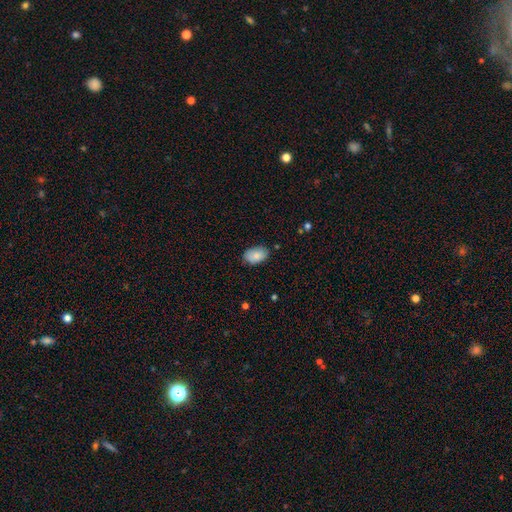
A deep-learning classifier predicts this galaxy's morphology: type=smooth (86%); roundness=in between (91%); merging=none (82%).